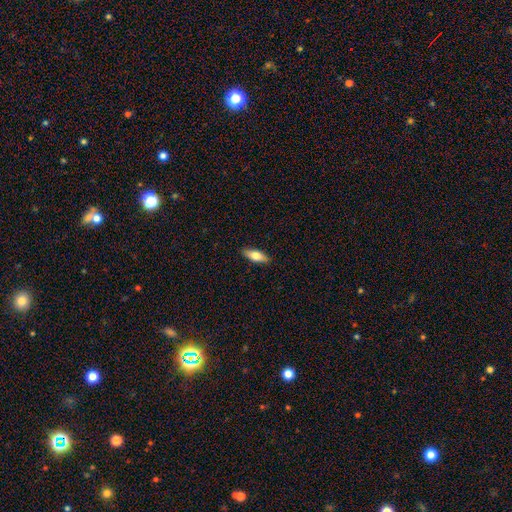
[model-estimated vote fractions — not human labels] The model was most divided on "how rounded": in between: 62%, cigar-shaped: 35%, round: 3%. More confident: merging — none (89%); smooth or featured — smooth (66%).